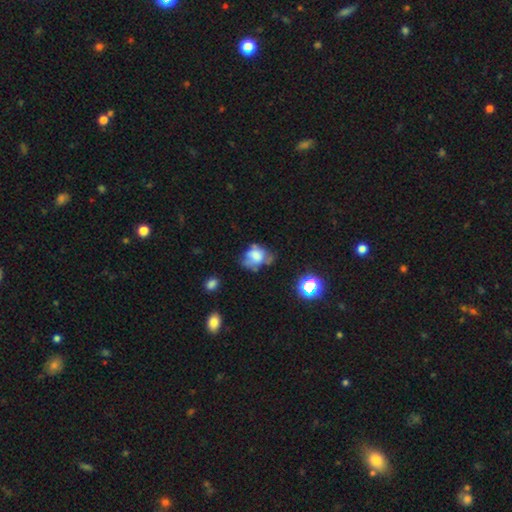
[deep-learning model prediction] smooth 55%, featured or disk 31%, star or artifact 13%. Down the decision tree: how rounded — in between (58%); merging — none (35%).